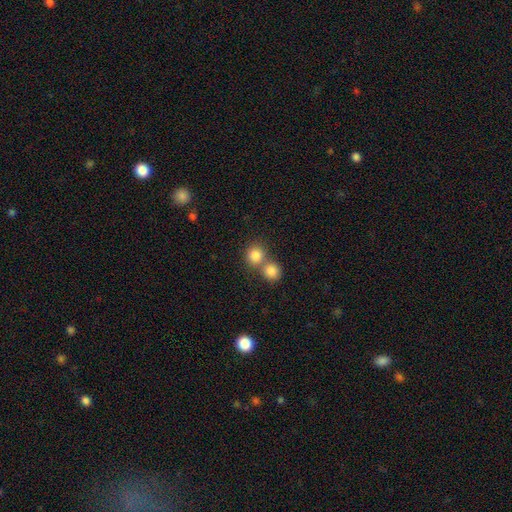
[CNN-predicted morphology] A smooth galaxy with no disk features (83%) that is round (88%). Merging: none (47%).